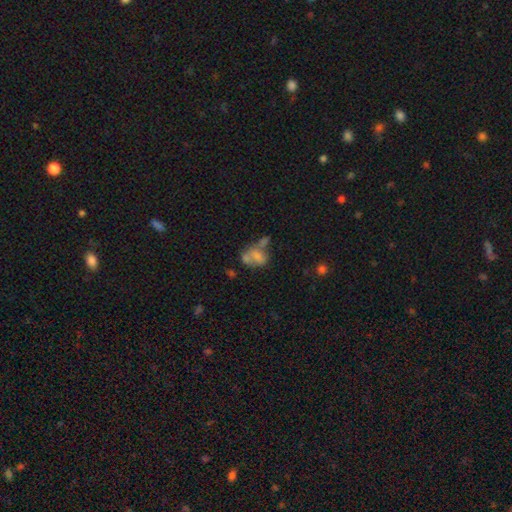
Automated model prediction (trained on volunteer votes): smooth 55%, featured or disk 32%, star or artifact 13%. Down the decision tree: how rounded — in between (73%); merging — merger (47%).